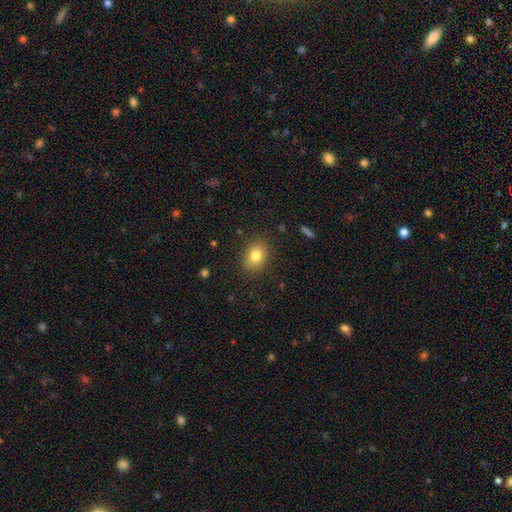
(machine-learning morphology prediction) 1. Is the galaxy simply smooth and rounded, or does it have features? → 80% smooth, 11% star or artifact, 10% featured or disk.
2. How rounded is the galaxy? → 63% in between, 36% round, 1% cigar-shaped.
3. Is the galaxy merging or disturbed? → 86% none, 10% minor disturbance, 3% major disturbance, 1% merger.